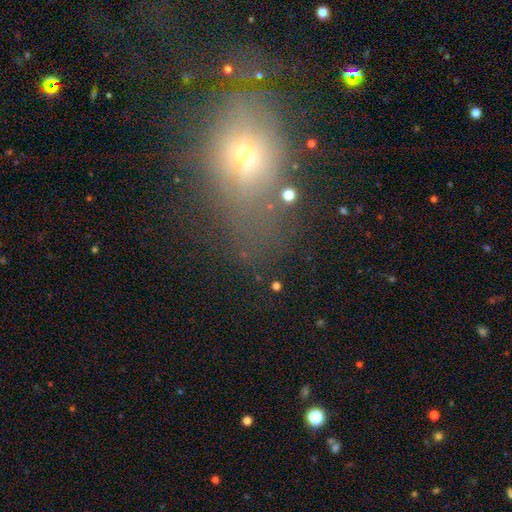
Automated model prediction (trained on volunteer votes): Smooth or featured: smooth — 49% (star or artifact — 28%)
Merging: none — 57% (minor disturbance — 21%)